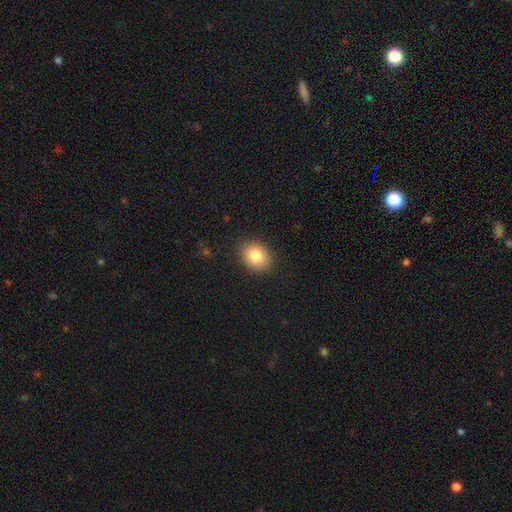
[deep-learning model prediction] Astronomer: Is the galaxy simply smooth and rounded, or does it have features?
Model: smooth — 84%.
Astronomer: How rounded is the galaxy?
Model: in between — 58% (runner-up: round, 41%).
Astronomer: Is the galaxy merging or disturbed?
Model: none — 88%.